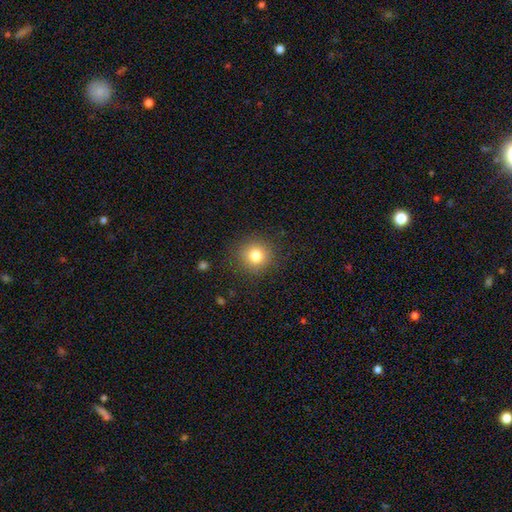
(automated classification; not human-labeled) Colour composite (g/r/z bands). It shows a smooth galaxy with no disk features (80%) that is round (91%). Merging: none (88%).